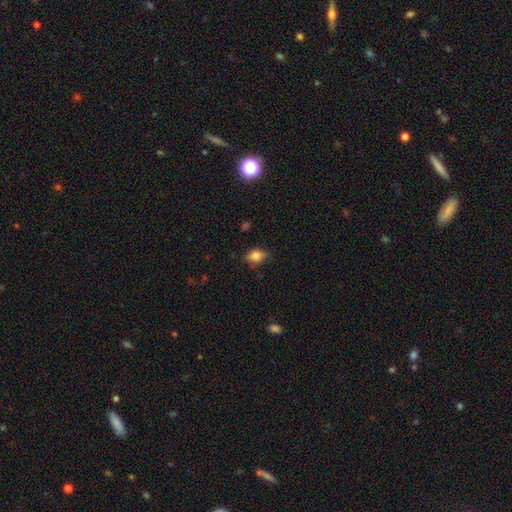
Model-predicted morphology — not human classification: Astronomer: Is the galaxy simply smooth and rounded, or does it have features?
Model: smooth — 77%.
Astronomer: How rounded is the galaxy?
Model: in between — 78%.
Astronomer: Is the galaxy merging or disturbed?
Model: none — 72%.